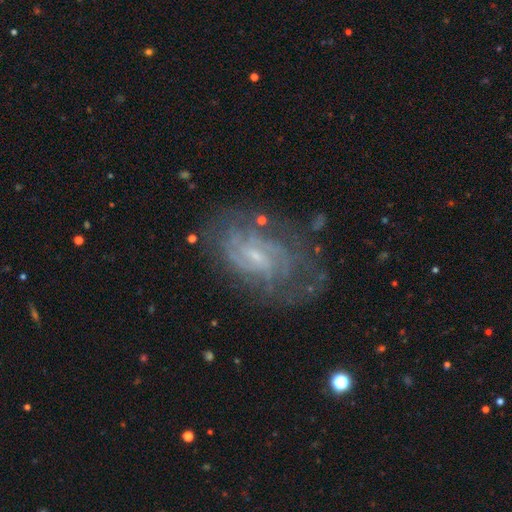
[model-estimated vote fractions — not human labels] Smooth or featured? featured or disk (82%)
Edge-on disk? no (97%)
Bar? weak (53%)
Spiral arms? yes (90%)
Spiral winding? tight (56%)
Spiral arm count? can't tell (44%)
Bulge size? small (71%)
Merging? none (64%)